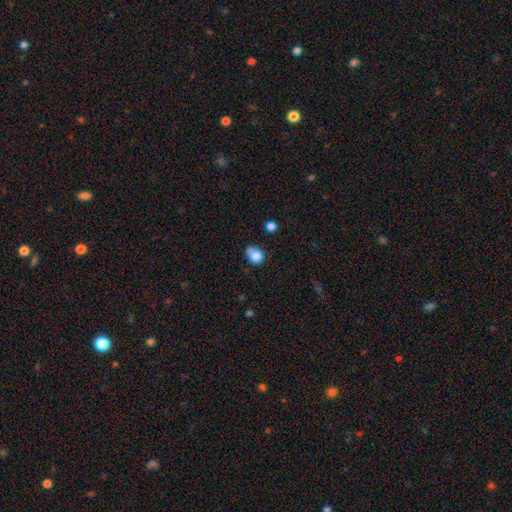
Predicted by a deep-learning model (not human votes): The model was most divided on "merging": none: 41%, minor disturbance: 35%, major disturbance: 12%, merger: 11%. More confident: smooth or featured — smooth (80%); how rounded — round (55%).